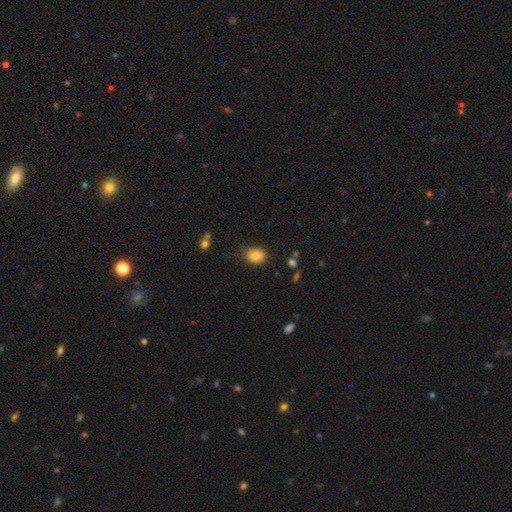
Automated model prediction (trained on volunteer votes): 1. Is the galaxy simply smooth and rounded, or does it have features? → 84% smooth, 9% star or artifact, 7% featured or disk.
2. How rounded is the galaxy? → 74% in between, 25% round, 1% cigar-shaped.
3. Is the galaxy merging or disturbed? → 79% none, 16% minor disturbance, 3% major disturbance, 2% merger.